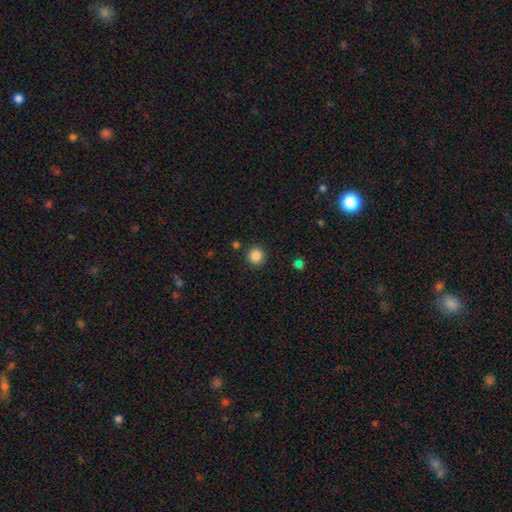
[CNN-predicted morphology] Overall: smooth (85%). How rounded: round (94%). Merging: none (90%).